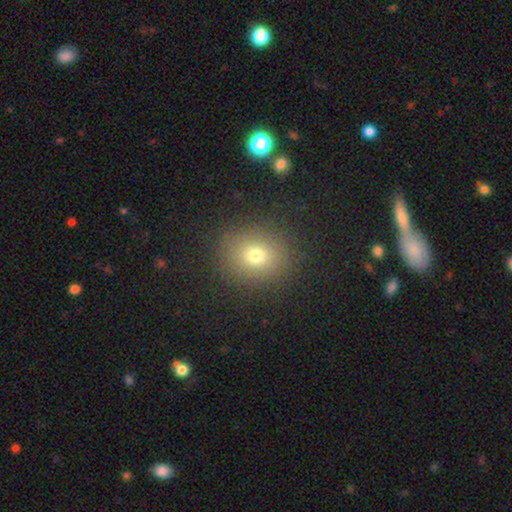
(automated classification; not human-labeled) Smooth or featured? smooth (73%)
How rounded? round (77%)
Merging? none (87%)